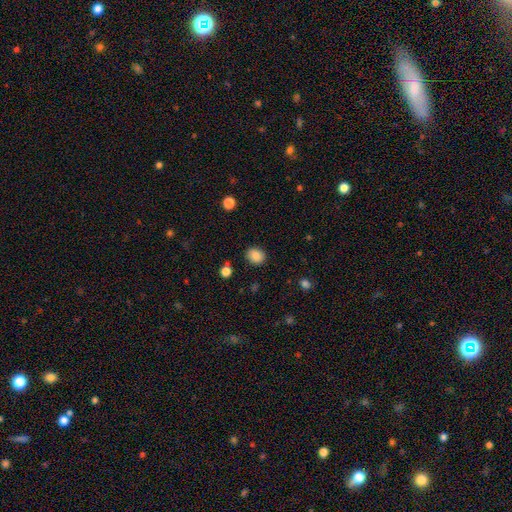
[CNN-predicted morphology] Smooth or featured? smooth (86%)
How rounded? round (62%)
Merging? none (86%)